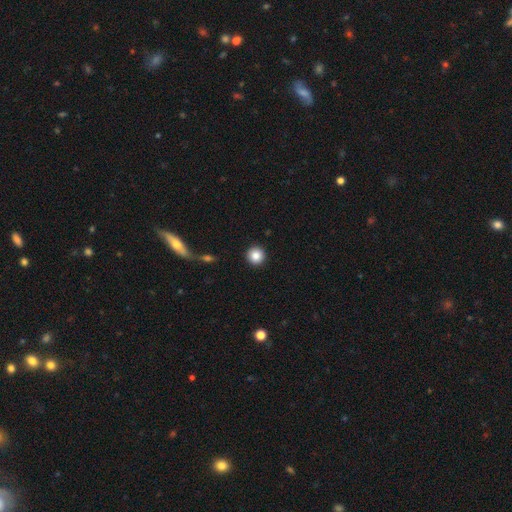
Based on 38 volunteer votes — This is clearly a smooth galaxy (84%). How rounded: clearly round (97%). Merging: clearly none (95%).